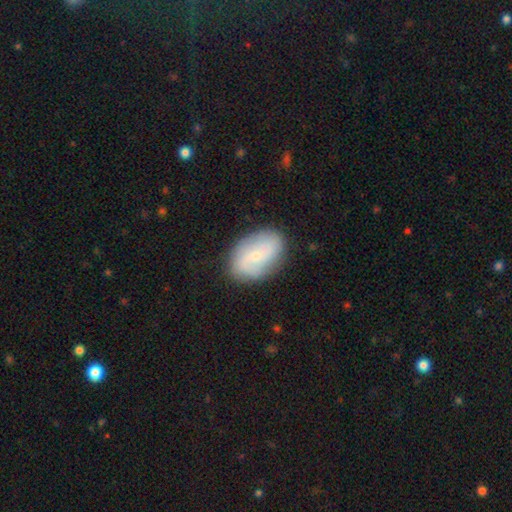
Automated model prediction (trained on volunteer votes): Smooth or featured? Predicted: featured or disk (p=0.51). Edge-on disk? Predicted: no (p=0.95). Merging? Predicted: none (p=0.83).